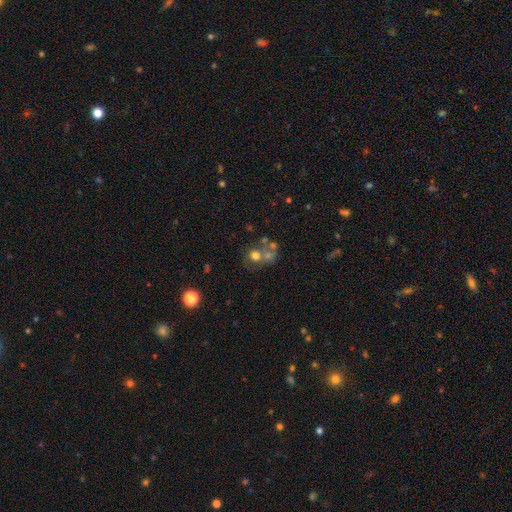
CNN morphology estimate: type=smooth (56%); roundness=round (73%); merging=merger (46%).